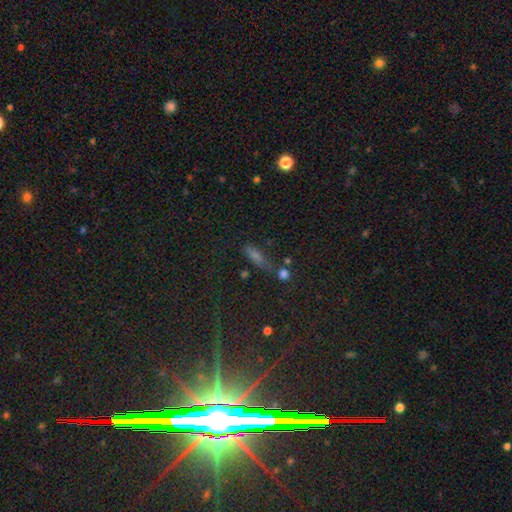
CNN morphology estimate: Smooth or featured? Predicted: smooth (p=0.49). Merging? Predicted: none (p=0.68).